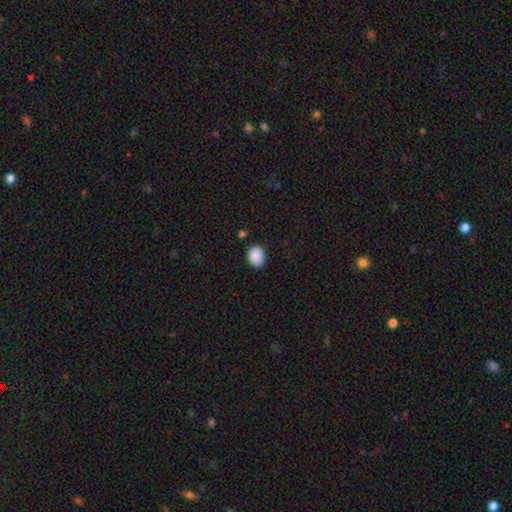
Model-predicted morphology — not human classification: Overall: smooth (89%). How rounded: in between (64%; round 35%). Merging: none (82%).